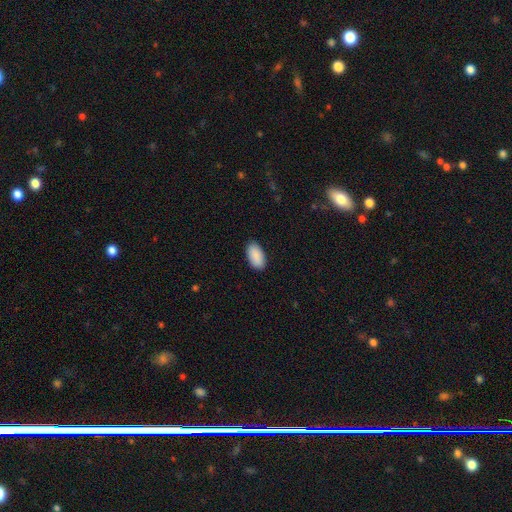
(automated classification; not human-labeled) Morphology: type=smooth (91%); roundness=in between (95%); merging=none (89%).